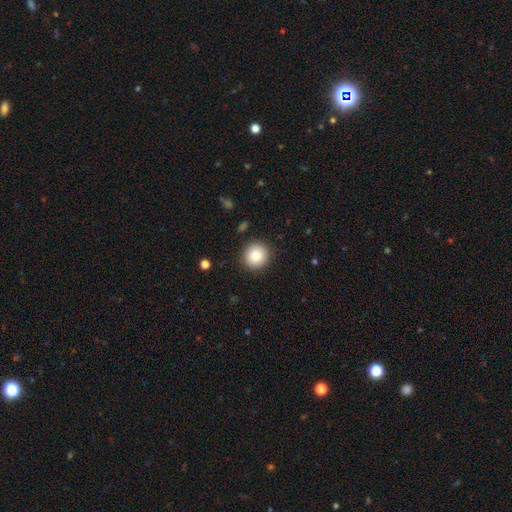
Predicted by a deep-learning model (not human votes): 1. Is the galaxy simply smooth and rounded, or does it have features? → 82% smooth, 9% star or artifact, 9% featured or disk.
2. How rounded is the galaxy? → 93% round, 7% in between, 1% cigar-shaped.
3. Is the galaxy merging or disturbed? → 90% none, 6% minor disturbance, 2% major disturbance, 1% merger.